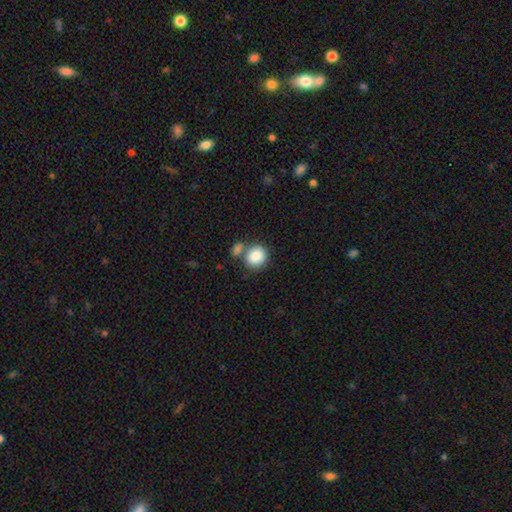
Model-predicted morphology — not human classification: A smooth galaxy with no disk features (86%) that is round (80%). Merging: none (56%).